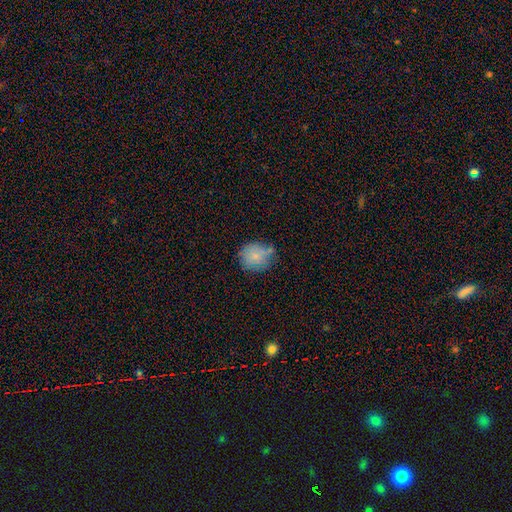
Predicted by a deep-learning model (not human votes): Overall: smooth (78%). How rounded: round (83%). Merging: none (60%; minor disturbance 26%).